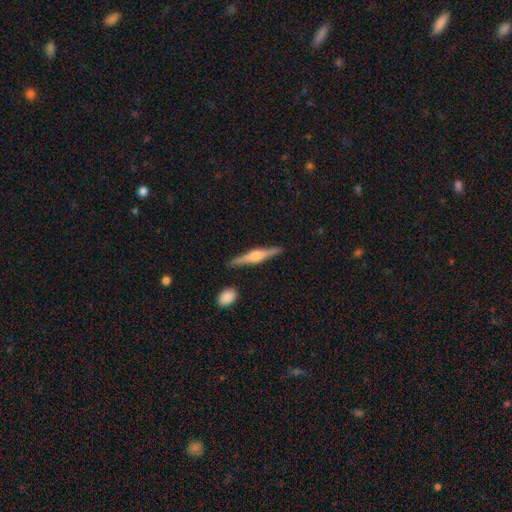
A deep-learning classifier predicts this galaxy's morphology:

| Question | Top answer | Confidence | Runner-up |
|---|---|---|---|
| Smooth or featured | featured or disk | 75% | smooth (20%) |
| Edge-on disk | yes | 98% | no (2%) |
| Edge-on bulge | rounded | 83% | boxy (13%) |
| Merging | none | 89% | minor disturbance (7%) |